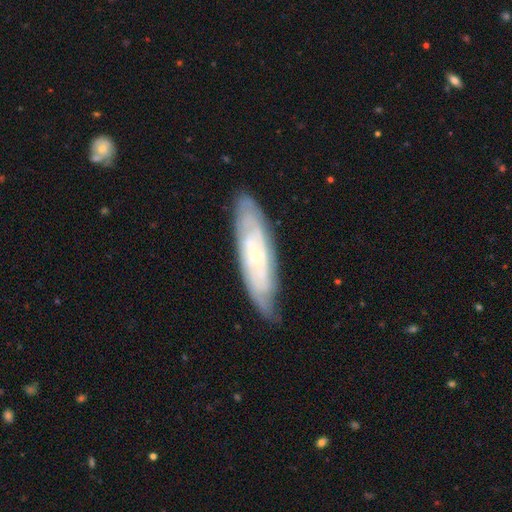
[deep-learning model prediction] A featured or disk galaxy (71%) with no bar (68%), spiral arms (88%) and a small central bulge (80%). Merging: none (78%).